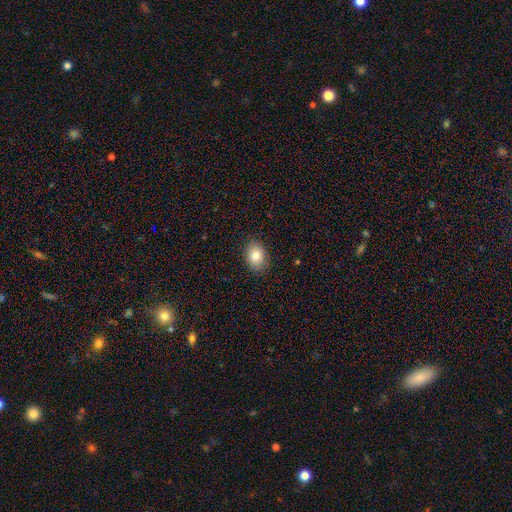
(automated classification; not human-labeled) Morphology: type=smooth (82%); roundness=in between (77%); merging=none (87%).